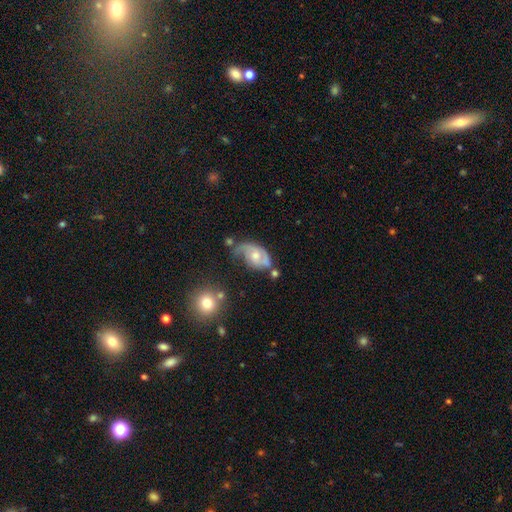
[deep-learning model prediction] featured or disk 73%, smooth 21%, star or artifact 7%. Down the decision tree: edge-on disk — no (97%); bar — no (68%); spiral arms — yes (88%); spiral arm count — 2 (53%); spiral winding — medium (42%); bulge size — moderate (58%); merging — none (35%).